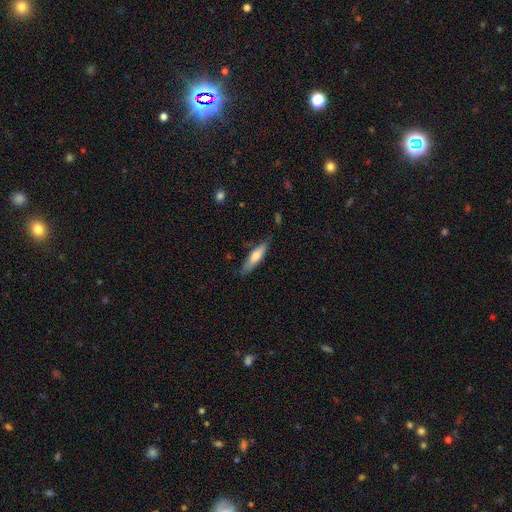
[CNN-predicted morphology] This appears to be a smooth galaxy with no disk features (64%) that is cigar-shaped (70%). Merging: none (77%).